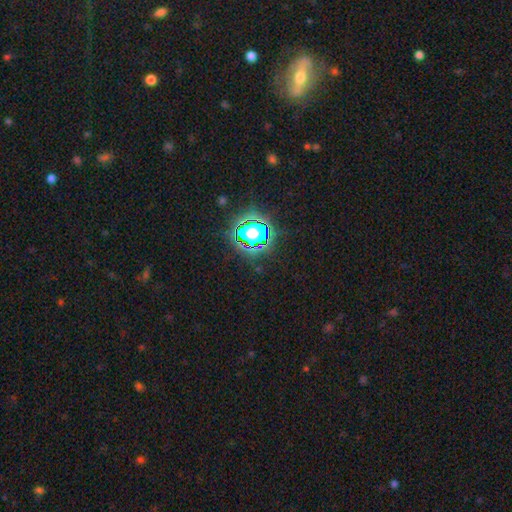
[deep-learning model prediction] Smooth or featured: star or artifact — 80% (smooth — 13%)